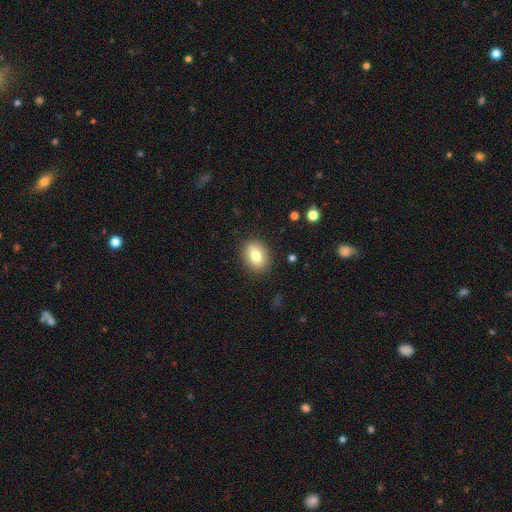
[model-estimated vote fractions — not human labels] The model was most divided on "how rounded": in between: 62%, round: 36%, cigar-shaped: 1%. More confident: merging — none (86%); smooth or featured — smooth (77%).